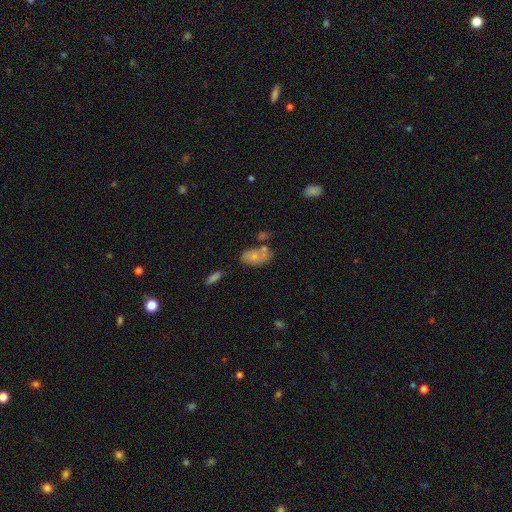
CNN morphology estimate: Overall: smooth (58%; featured or disk 33%). How rounded: in between (90%). Merging: none (46%; merger 23%).